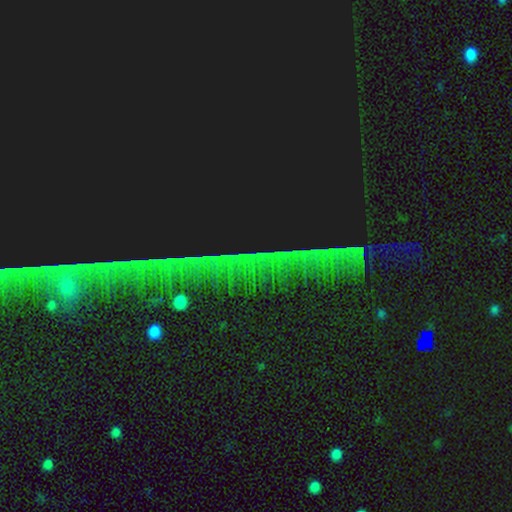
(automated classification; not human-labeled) Overall: star or artifact (84%).